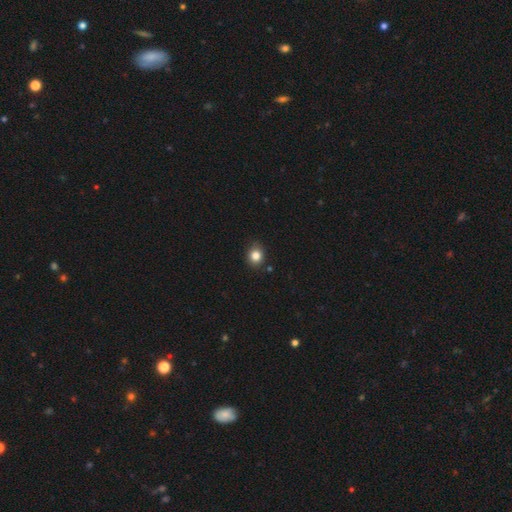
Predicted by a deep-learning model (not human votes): The model was most divided on "how rounded": round: 71%, in between: 28%, cigar-shaped: 1%. More confident: merging — none (85%); smooth or featured — smooth (83%).